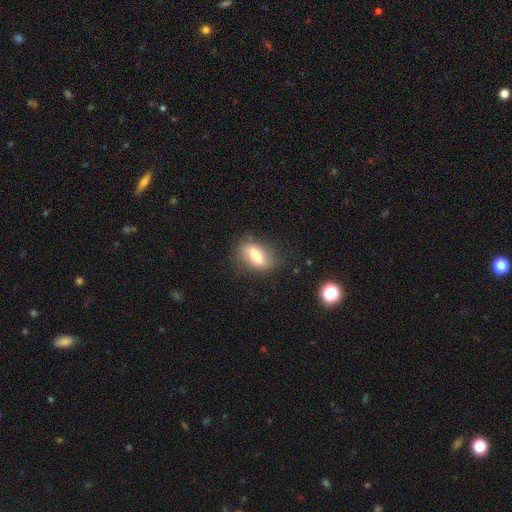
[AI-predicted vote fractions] Smooth or featured? Predicted: smooth (p=0.65). How rounded? Predicted: in between (p=0.78). Merging? Predicted: none (p=0.73).